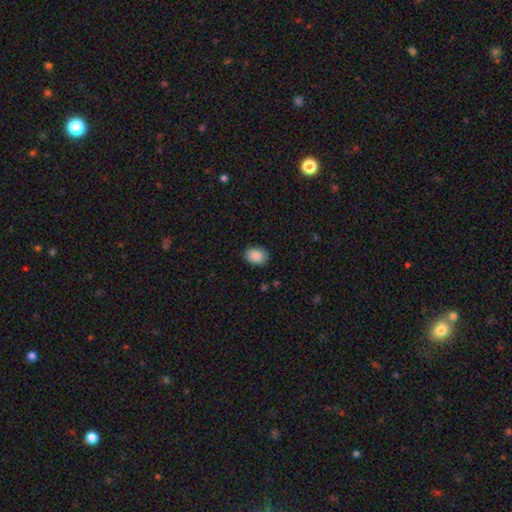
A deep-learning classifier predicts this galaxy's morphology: smooth_or_featured: smooth (p=0.89) [alt: star or artifact p=0.07]
how_rounded: in between (p=0.67) [alt: round p=0.32]
merging: none (p=0.85) [alt: minor disturbance p=0.12]